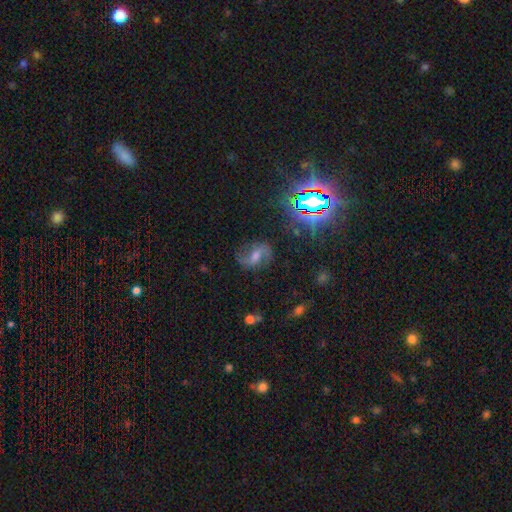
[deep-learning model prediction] This appears to be a featured or disk galaxy (66%) with a weak bar (47%), 2 (88%) loose (46%) spiral arms (92%) and a moderate central bulge (49%). Merging: none (73%).